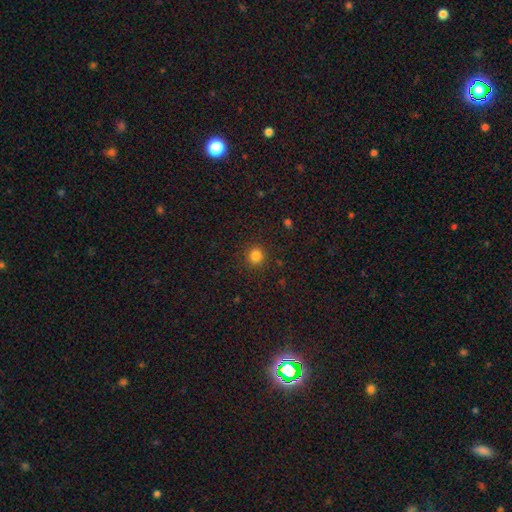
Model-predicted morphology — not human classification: Smooth or featured? Predicted: smooth (p=0.83). How rounded? Predicted: round (p=0.92). Merging? Predicted: none (p=0.91).